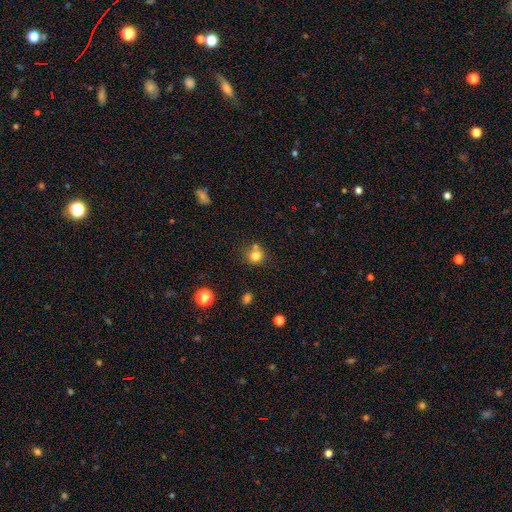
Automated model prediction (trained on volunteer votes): smooth_or_featured: smooth (p=0.79) [alt: star or artifact p=0.13]
how_rounded: round (p=0.85) [alt: in between p=0.14]
merging: none (p=0.58) [alt: merger p=0.25]